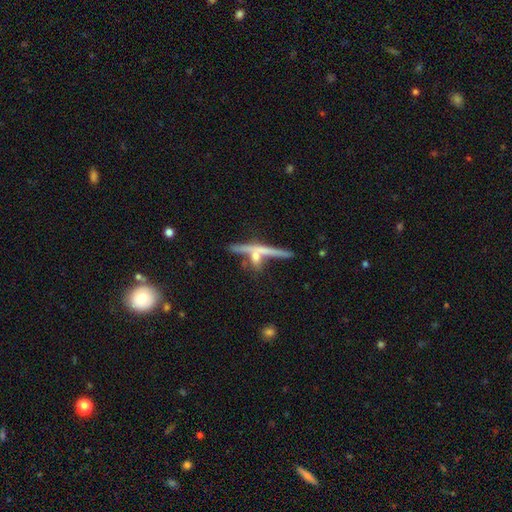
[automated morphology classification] Q: Smooth or featured?
A: featured or disk (66%); runner-up: smooth (24%)
Q: Edge-on disk?
A: yes (93%); runner-up: no (7%)
Q: Edge-on bulge?
A: rounded (54%); runner-up: none (39%)
Q: Merging?
A: none (60%); runner-up: merger (23%)